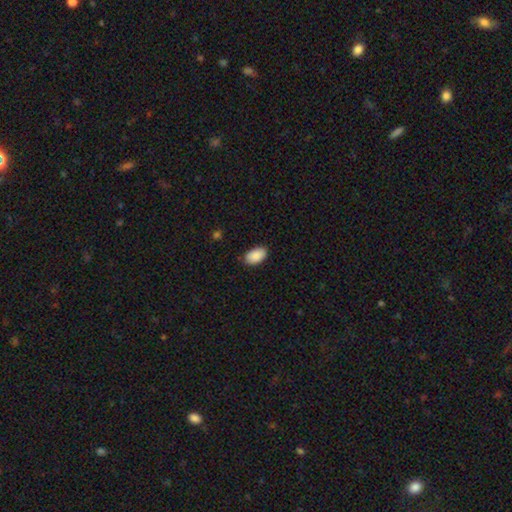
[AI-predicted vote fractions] Q: Smooth or featured?
A: smooth (90%); runner-up: star or artifact (6%)
Q: How rounded?
A: in between (95%); runner-up: round (4%)
Q: Merging?
A: none (86%); runner-up: minor disturbance (11%)